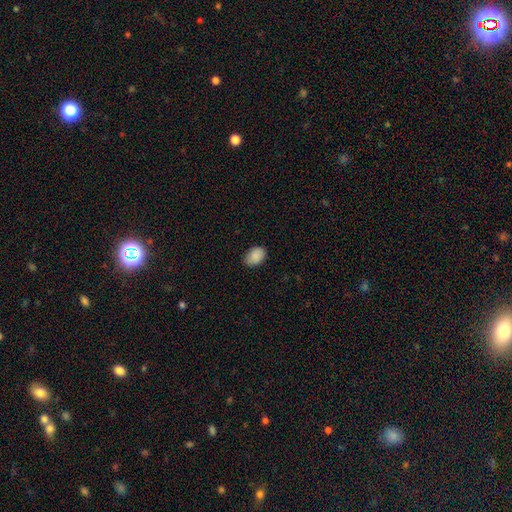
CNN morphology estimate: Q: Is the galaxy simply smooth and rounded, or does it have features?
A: smooth — 89%.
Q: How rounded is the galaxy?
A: in between — 82%.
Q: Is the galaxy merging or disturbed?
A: none — 83%.